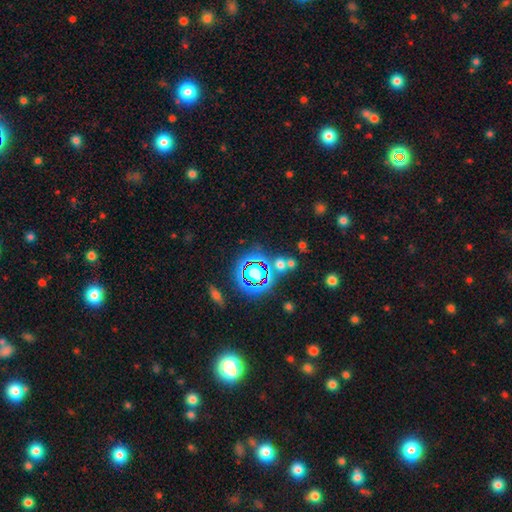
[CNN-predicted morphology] star or artifact 77%, smooth 14%, featured or disk 8%.